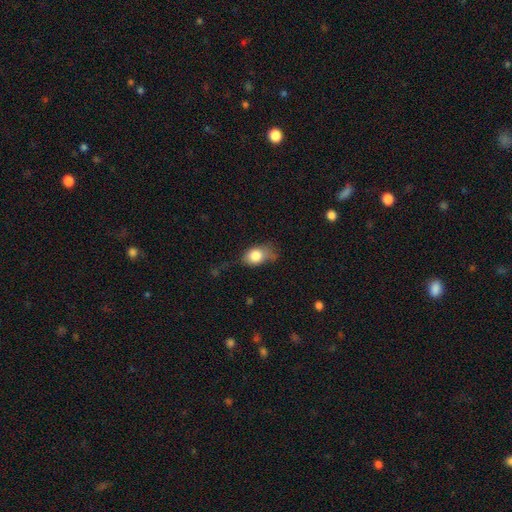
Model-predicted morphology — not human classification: Q: Smooth or featured?
A: smooth (78%); runner-up: featured or disk (13%)
Q: How rounded?
A: in between (71%); runner-up: round (26%)
Q: Merging?
A: none (40%); runner-up: minor disturbance (37%)